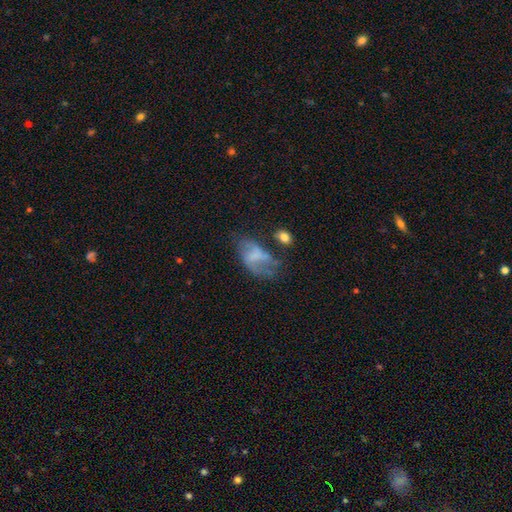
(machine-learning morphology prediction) Smooth or featured?
  - featured or disk: 49% *
  - smooth: 40%
  - star or artifact: 11%
Merging?
  - major disturbance: 33% *
  - none: 32%
  - minor disturbance: 25%
  - merger: 9%